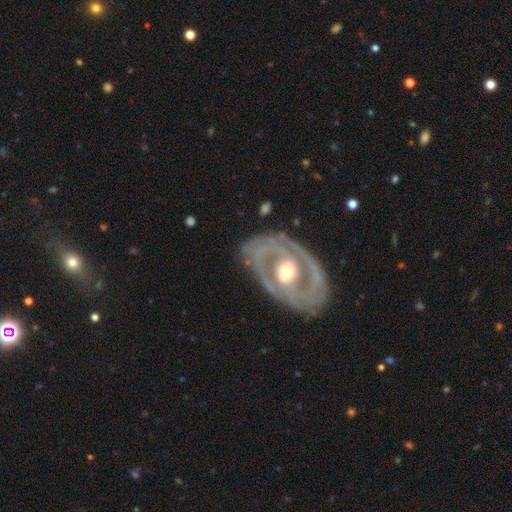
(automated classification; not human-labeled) Q: Smooth or featured?
A: featured or disk (87%); runner-up: smooth (8%)
Q: Edge-on disk?
A: no (95%); runner-up: yes (5%)
Q: Bar?
A: no (58%); runner-up: weak (26%)
Q: Spiral arms?
A: yes (85%); runner-up: no (15%)
Q: Spiral winding?
A: tight (59%); runner-up: medium (32%)
Q: Spiral arm count?
A: 2 (67%); runner-up: can't tell (15%)
Q: Bulge size?
A: moderate (65%); runner-up: small (28%)
Q: Merging?
A: none (79%); runner-up: minor disturbance (14%)